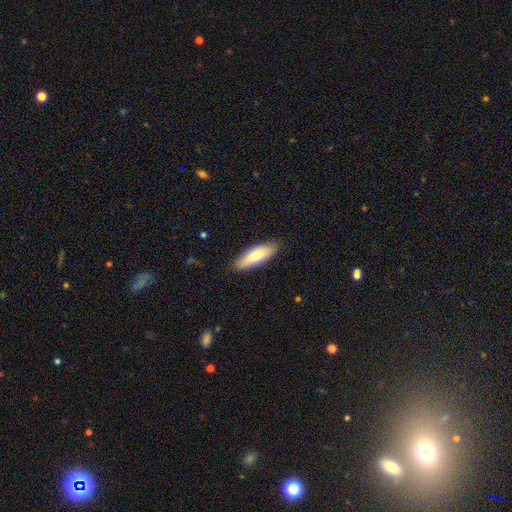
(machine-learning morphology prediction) smooth 75%, featured or disk 20%, star or artifact 6%. Down the decision tree: how rounded — in between (58%); merging — none (85%).